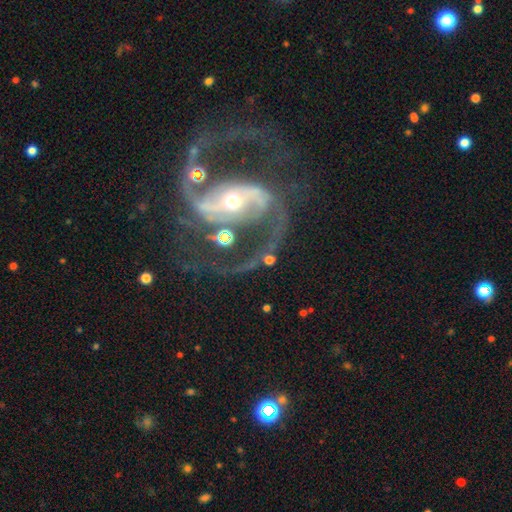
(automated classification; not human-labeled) Smooth or featured? featured or disk (92%)
Edge-on disk? no (98%)
Bar? strong (53%)
Spiral arms? yes (98%)
Spiral winding? medium (62%)
Spiral arm count? 2 (93%)
Bulge size? small (50%)
Merging? none (70%)